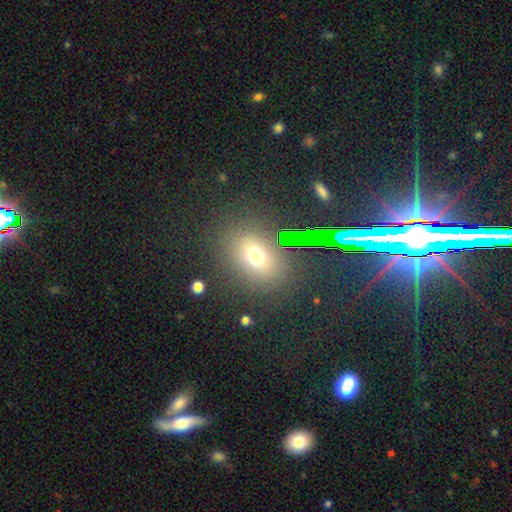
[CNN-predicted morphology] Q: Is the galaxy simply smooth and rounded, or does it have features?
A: smooth — 67%.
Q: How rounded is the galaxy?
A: in between — 60%.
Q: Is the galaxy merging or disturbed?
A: none — 80%.